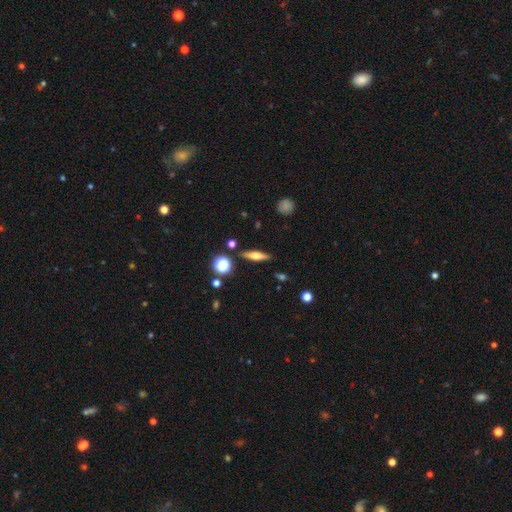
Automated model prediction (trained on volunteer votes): featured or disk 46%, smooth 44%, star or artifact 9%. Down the decision tree: merging — none (86%).